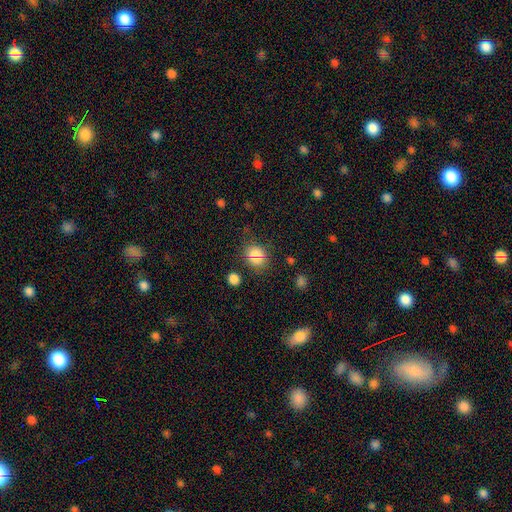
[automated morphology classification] This appears to be a smooth galaxy with no disk features (76%) that is round (69%). Merging: none (74%).